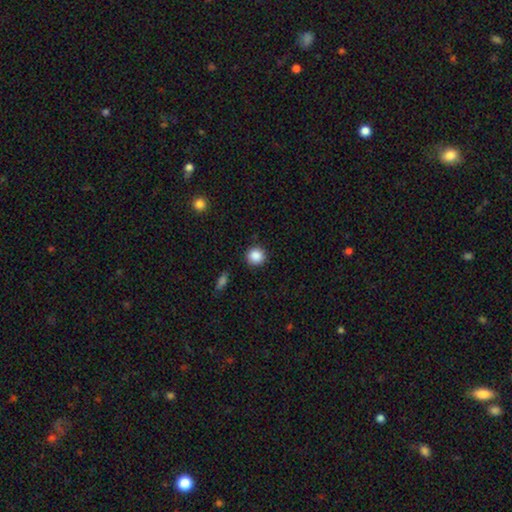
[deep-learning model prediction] Smooth or featured? Predicted: smooth (p=0.87). How rounded? Predicted: round (p=0.92). Merging? Predicted: none (p=0.89).